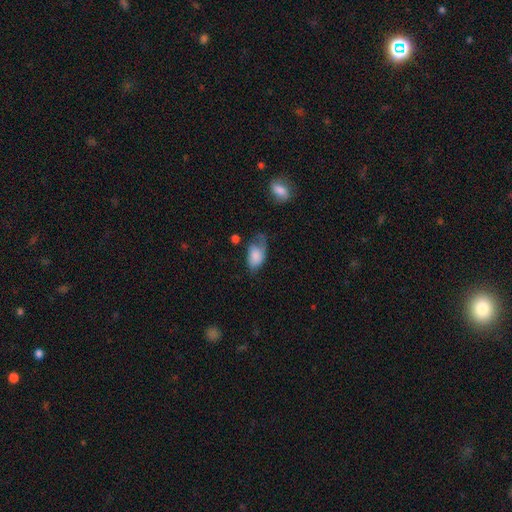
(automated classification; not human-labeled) A smooth galaxy with no disk features (79%) that is in between round and cigar-shaped (92%). Merging: minor disturbance (39%).